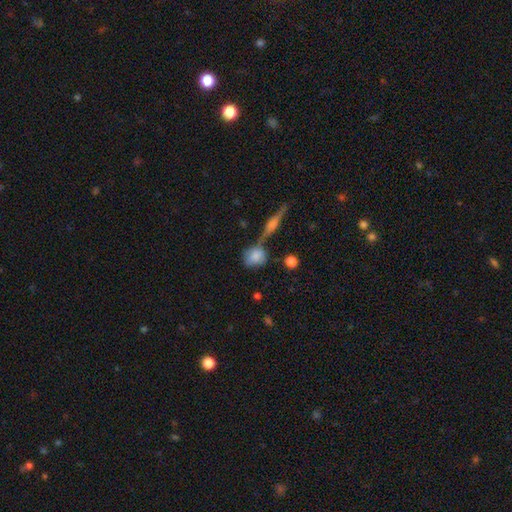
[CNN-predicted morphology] smooth 76%, featured or disk 15%, star or artifact 9%. Down the decision tree: how rounded — round (59%); merging — none (50%).